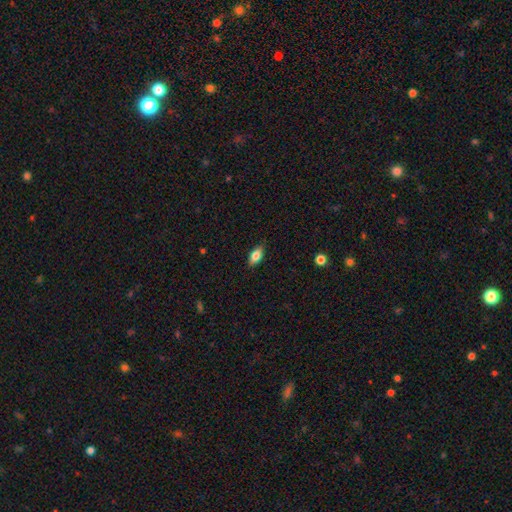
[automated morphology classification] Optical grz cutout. It shows a smooth galaxy with no disk features (75%) that is in between round and cigar-shaped (86%). Merging: none (87%).